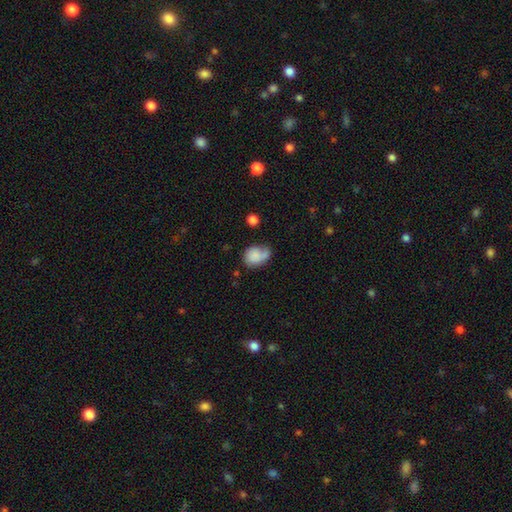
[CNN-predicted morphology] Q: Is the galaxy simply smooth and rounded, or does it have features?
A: smooth — 75%.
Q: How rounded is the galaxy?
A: in between — 60%.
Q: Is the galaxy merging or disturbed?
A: none — 38%.